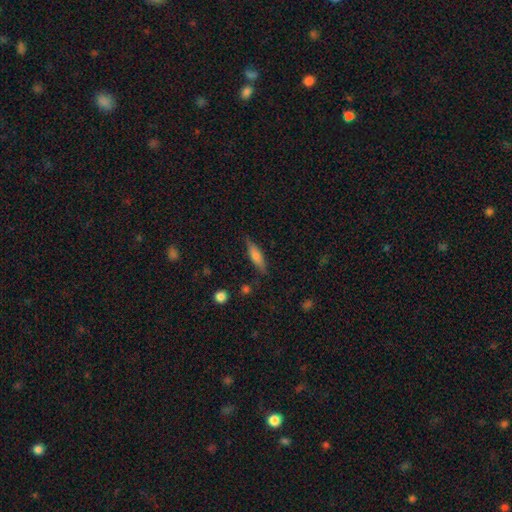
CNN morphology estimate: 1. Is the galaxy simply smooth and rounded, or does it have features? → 63% smooth, 30% featured or disk, 7% star or artifact.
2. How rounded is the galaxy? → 63% cigar-shaped, 34% in between, 2% round.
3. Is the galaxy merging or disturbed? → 80% none, 15% minor disturbance, 3% major disturbance, 2% merger.